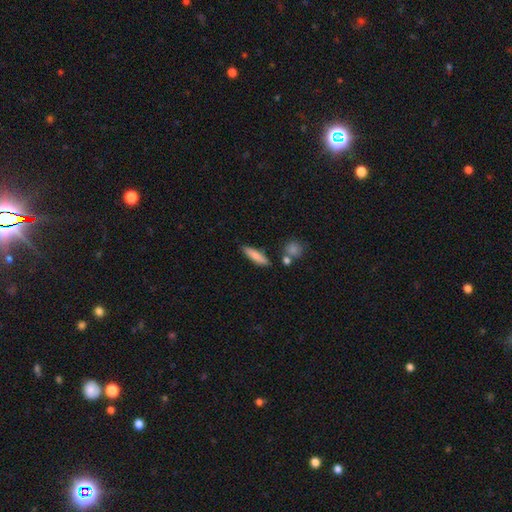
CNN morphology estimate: Overall: smooth (79%). How rounded: cigar-shaped (69%). Merging: none (80%).